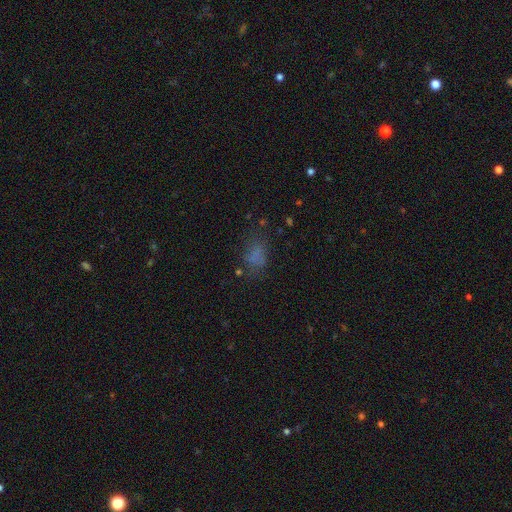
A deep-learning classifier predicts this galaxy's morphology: Smooth or featured? smooth (66%)
How rounded? in between (79%)
Merging? none (56%)